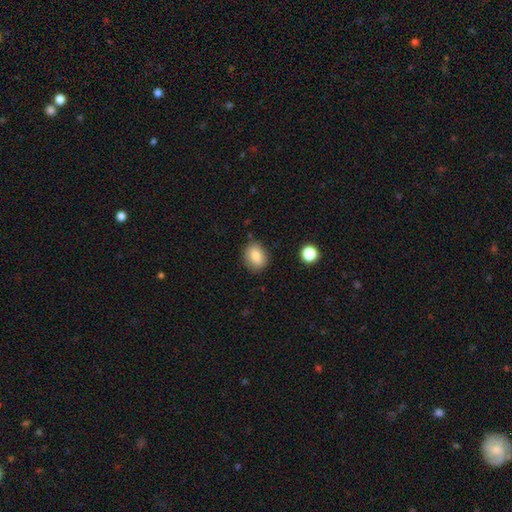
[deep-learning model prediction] smooth-or-featured: smooth: 83% | star or artifact: 9% | featured or disk: 8%
  how-rounded: in between: 54% | round: 45% | cigar-shaped: 1%
  merging: none: 82% | minor disturbance: 13% | major disturbance: 3% | merger: 2%